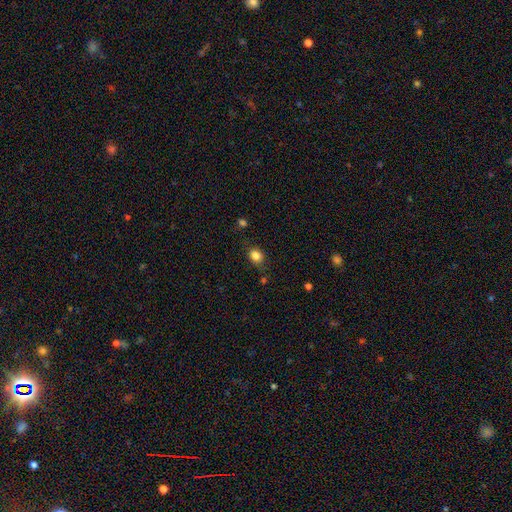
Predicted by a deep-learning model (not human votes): Smooth or featured: smooth — 83% (star or artifact — 11%)
How rounded: round — 51% (in between — 48%)
Merging: none — 77% (minor disturbance — 16%)